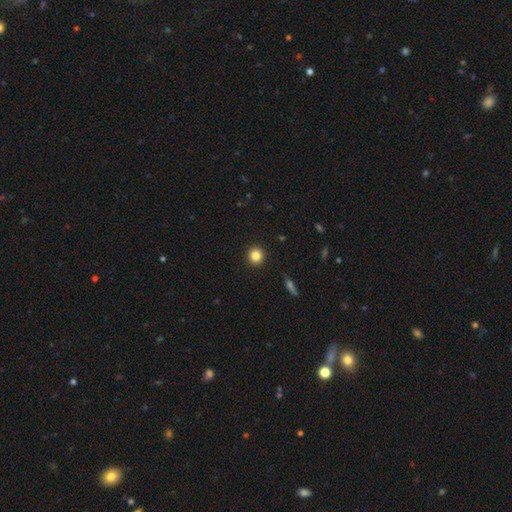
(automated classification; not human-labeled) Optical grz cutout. It shows a smooth galaxy with no disk features (83%) that is round (93%). Merging: none (93%).